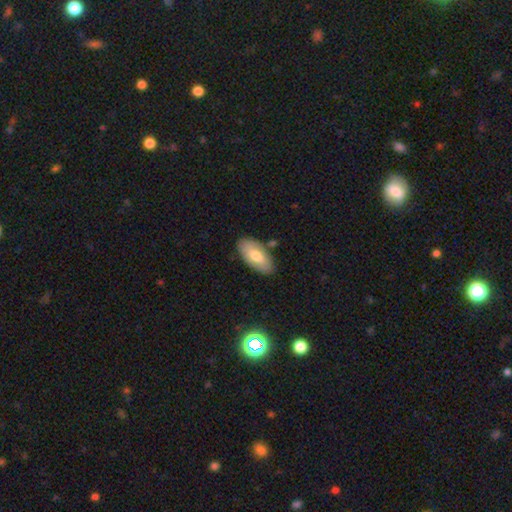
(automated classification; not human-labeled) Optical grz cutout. It shows a smooth galaxy with no disk features (67%) that is in between round and cigar-shaped (93%). Merging: none (82%).